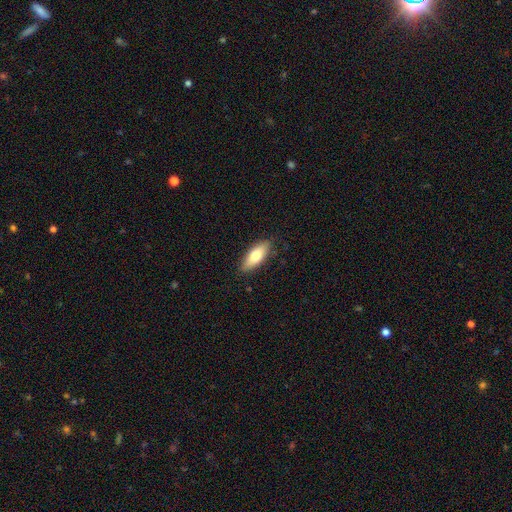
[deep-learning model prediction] Morphology: type=smooth (74%); roundness=in between (72%); merging=none (85%).